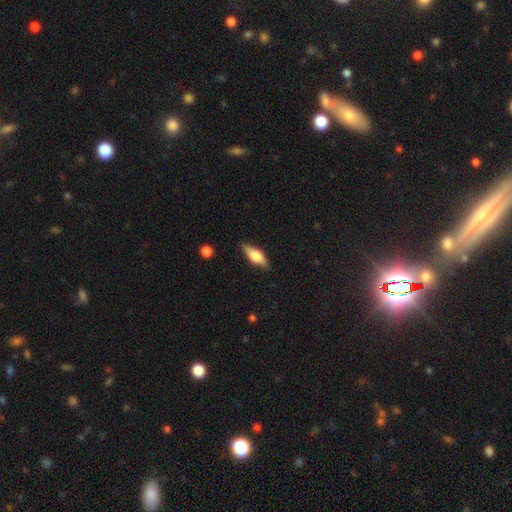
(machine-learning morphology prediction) type=smooth (51%); roundness=in between (59%); merging=none (85%).